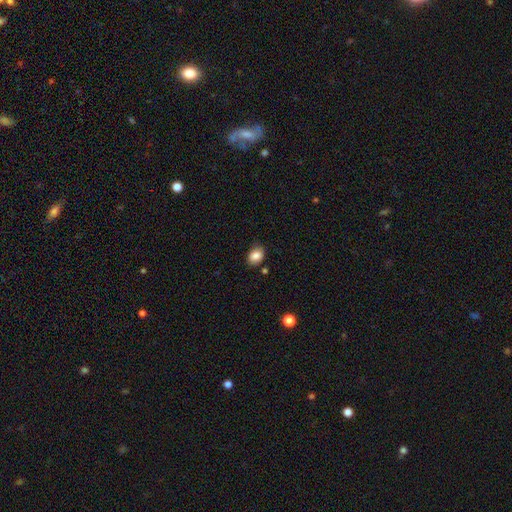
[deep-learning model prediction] Smooth or featured? Predicted: smooth (p=0.85). How rounded? Predicted: in between (p=0.65). Merging? Predicted: none (p=0.77).